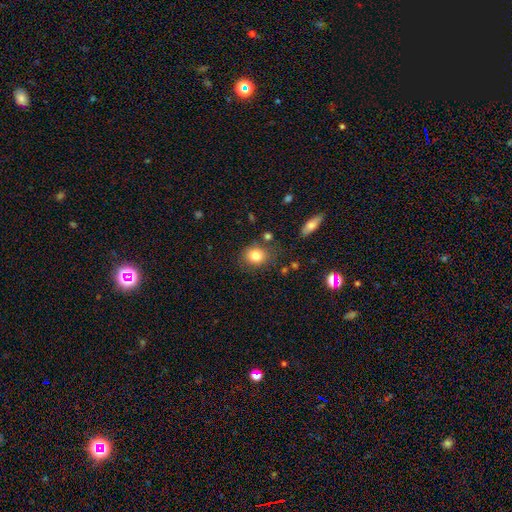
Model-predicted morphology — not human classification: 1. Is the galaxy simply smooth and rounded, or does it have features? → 82% smooth, 11% star or artifact, 8% featured or disk.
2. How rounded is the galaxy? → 71% round, 28% in between, 1% cigar-shaped.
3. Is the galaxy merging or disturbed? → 77% none, 14% minor disturbance, 5% merger, 4% major disturbance.